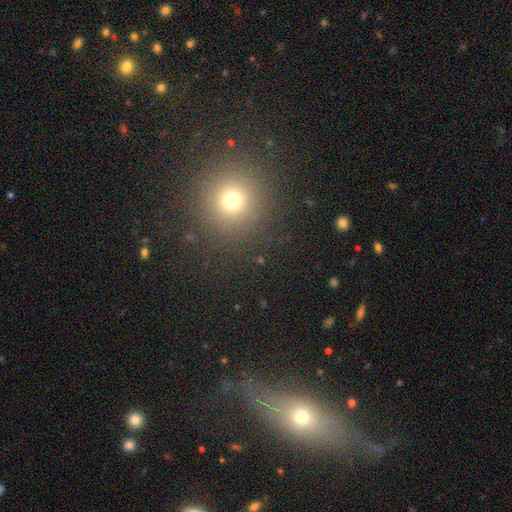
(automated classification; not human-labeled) Smooth or featured: smooth — 61% (star or artifact — 28%)
How rounded: round — 91% (in between — 7%)
Merging: none — 89% (minor disturbance — 6%)